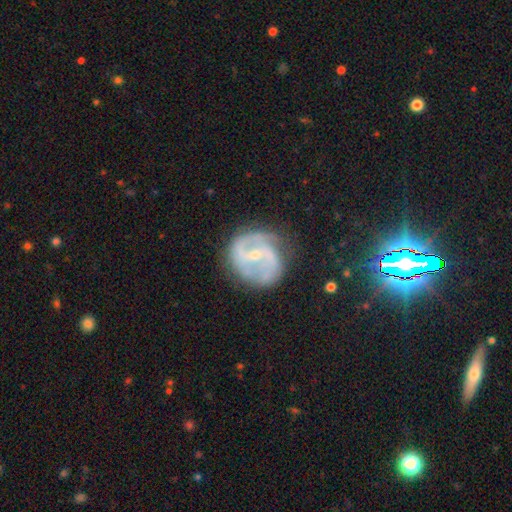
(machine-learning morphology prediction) featured or disk 82%, smooth 10%, star or artifact 7%. Down the decision tree: edge-on disk — no (97%); bar — weak (43%); spiral arms — yes (91%); spiral arm count — 2 (81%); spiral winding — medium (49%); bulge size — small (71%); merging — none (71%).